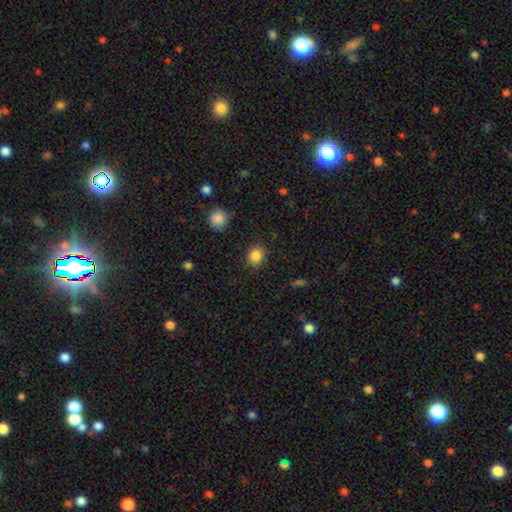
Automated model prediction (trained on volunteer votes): Smooth or featured? Predicted: smooth (p=0.86). How rounded? Predicted: round (p=0.71). Merging? Predicted: none (p=0.87).